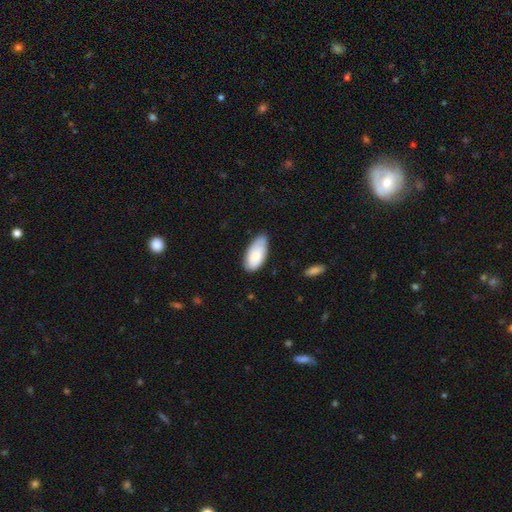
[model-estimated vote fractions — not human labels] Smooth or featured?
  - smooth: 77% *
  - featured or disk: 17%
  - star or artifact: 6%
How rounded?
  - in between: 94% *
  - cigar-shaped: 4%
  - round: 2%
Merging?
  - none: 65% *
  - minor disturbance: 29%
  - major disturbance: 4%
  - merger: 2%